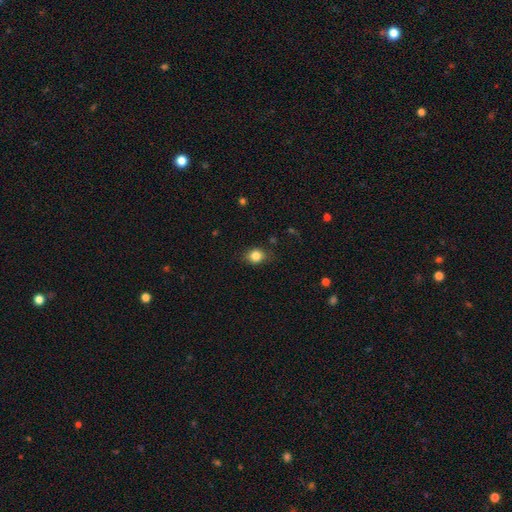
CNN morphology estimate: Smooth or featured?
  - smooth: 84% *
  - star or artifact: 10%
  - featured or disk: 6%
How rounded?
  - round: 59% *
  - in between: 40%
  - cigar-shaped: 1%
Merging?
  - none: 77% *
  - minor disturbance: 18%
  - major disturbance: 4%
  - merger: 1%